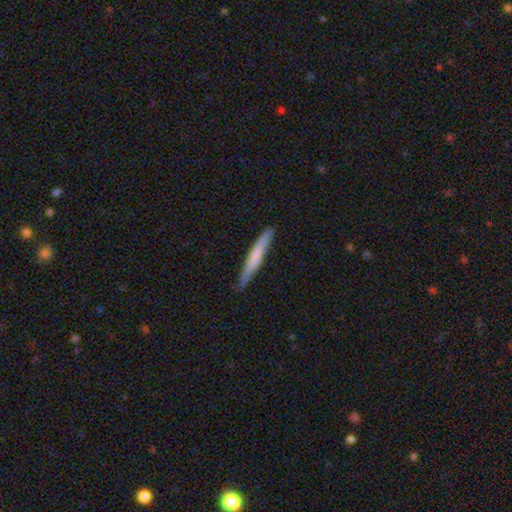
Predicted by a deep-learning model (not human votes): This is likely a smooth galaxy (62%). How rounded: clearly cigar-shaped (96%). Merging: clearly none (85%).